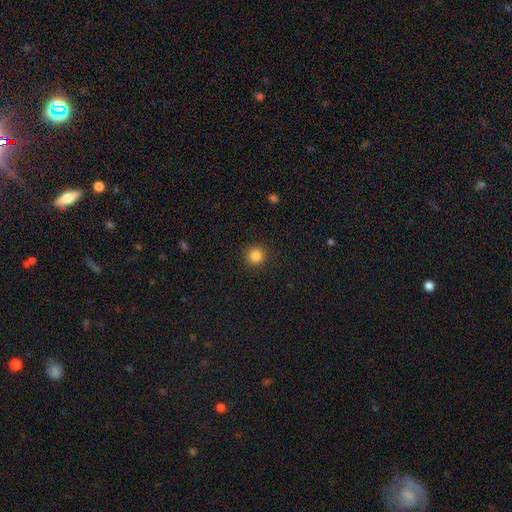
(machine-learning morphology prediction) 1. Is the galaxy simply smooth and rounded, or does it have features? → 85% smooth, 12% star or artifact, 4% featured or disk.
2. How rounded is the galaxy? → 95% round, 4% in between, 1% cigar-shaped.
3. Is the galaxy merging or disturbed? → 92% none, 5% minor disturbance, 2% major disturbance, 1% merger.